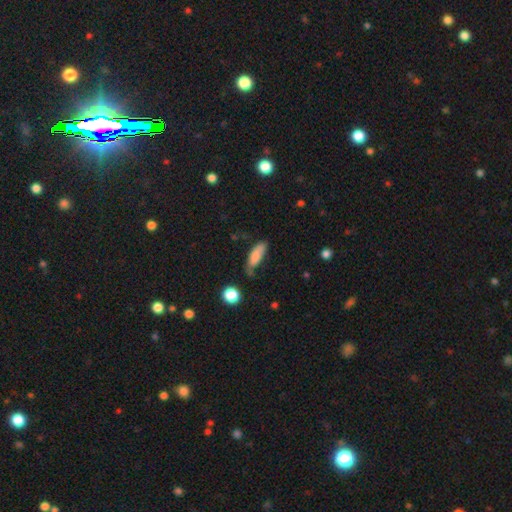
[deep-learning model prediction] Q: Smooth or featured?
A: smooth (80%); runner-up: featured or disk (12%)
Q: How rounded?
A: in between (60%); runner-up: cigar-shaped (37%)
Q: Merging?
A: none (49%); runner-up: minor disturbance (34%)